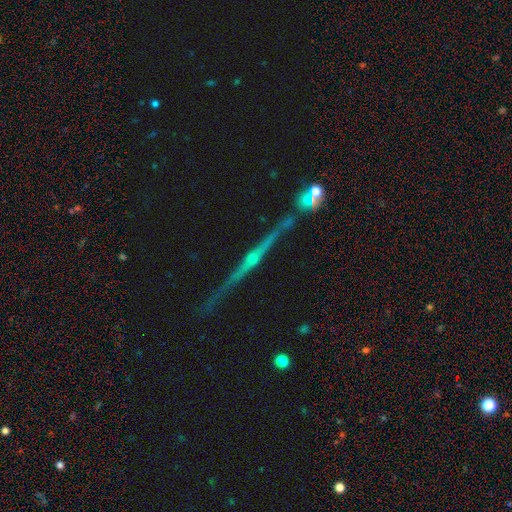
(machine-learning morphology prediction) featured or disk 77%, star or artifact 14%, smooth 9%. Down the decision tree: edge-on disk — yes (97%); edge-on bulge — rounded (72%); merging — none (82%).